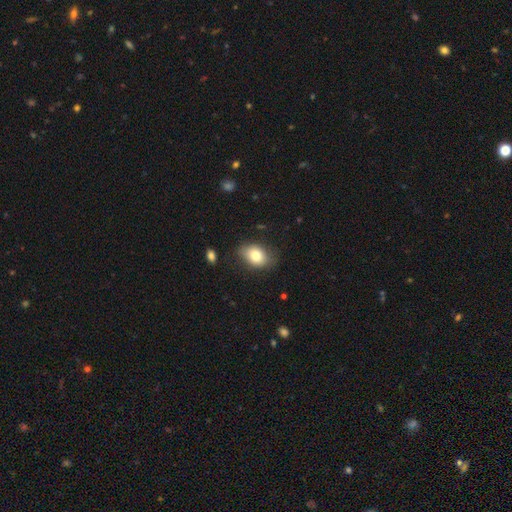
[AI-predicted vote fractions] A smooth galaxy with no disk features (79%) that is in between round and cigar-shaped (75%).

Vote fractions:
- Smooth or featured? smooth: 79% / featured or disk: 13% / star or artifact: 8%
- How rounded? in between: 75% / round: 24% / cigar-shaped: 1%
- Merging? none: 73% / minor disturbance: 21% / major disturbance: 5% / merger: 2%